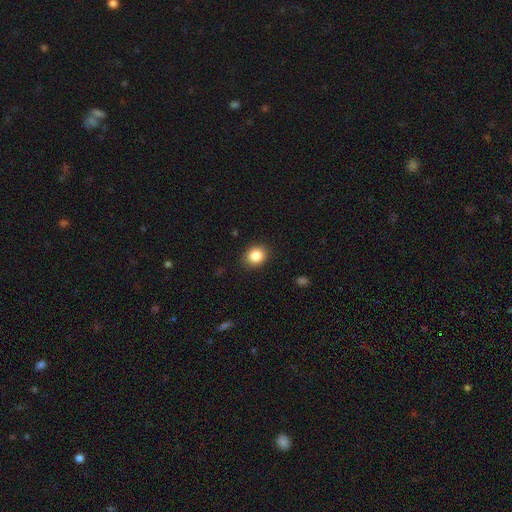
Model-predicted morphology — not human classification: smooth-or-featured: smooth: 86% | star or artifact: 9% | featured or disk: 5%
  how-rounded: round: 66% | in between: 33% | cigar-shaped: 1%
  merging: none: 89% | minor disturbance: 8% | major disturbance: 2% | merger: 1%